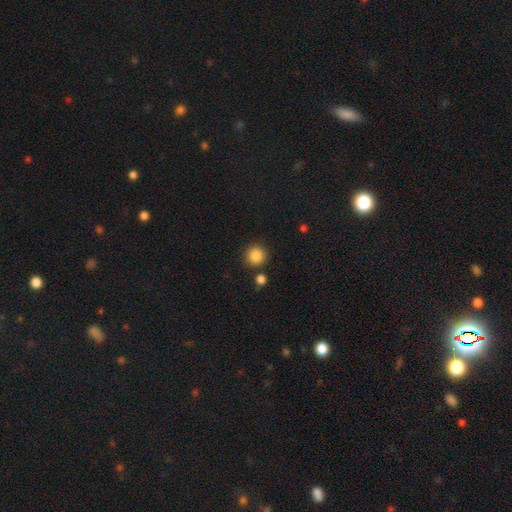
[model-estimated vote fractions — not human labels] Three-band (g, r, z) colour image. It shows a smooth galaxy with no disk features (87%) that is round (93%). Merging: none (85%).